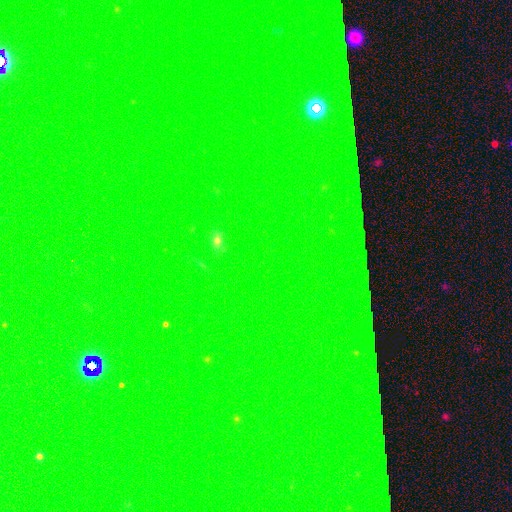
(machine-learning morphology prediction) This appears to be a star or artifact, not a galaxy (84%).